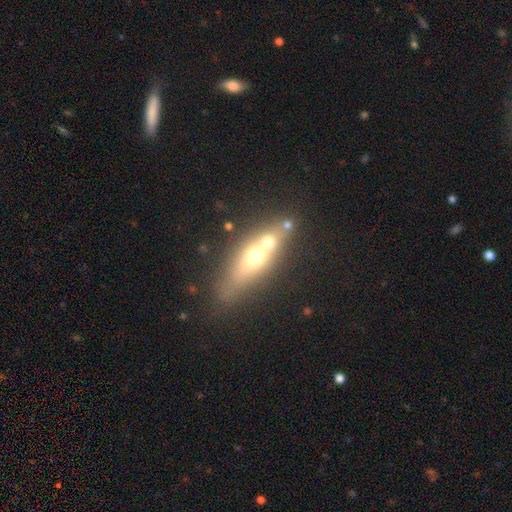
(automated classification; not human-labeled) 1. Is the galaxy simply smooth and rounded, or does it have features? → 48% featured or disk, 41% smooth, 11% star or artifact.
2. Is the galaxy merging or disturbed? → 46% none, 36% merger, 12% minor disturbance, 6% major disturbance.